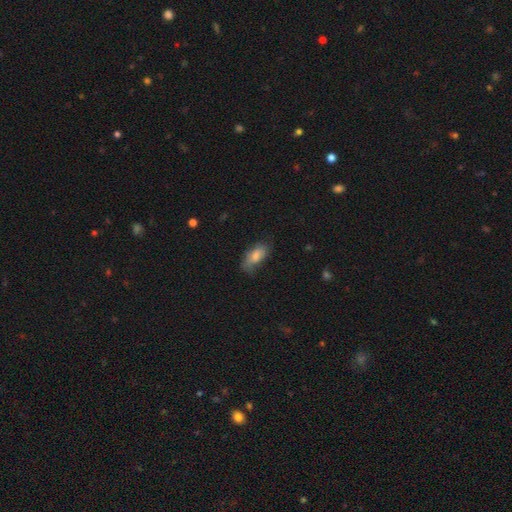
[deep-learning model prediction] Smooth or featured: smooth — 76% (featured or disk — 17%)
How rounded: in between — 86% (cigar-shaped — 10%)
Merging: none — 61% (minor disturbance — 29%)